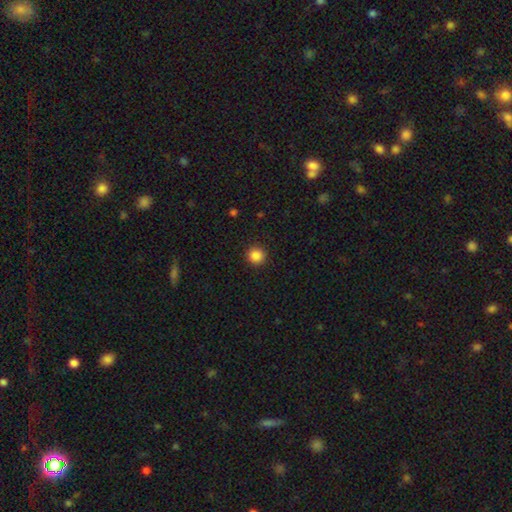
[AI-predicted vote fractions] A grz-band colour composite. It shows a smooth galaxy with no disk features (87%) that is round (95%). Merging: none (92%).